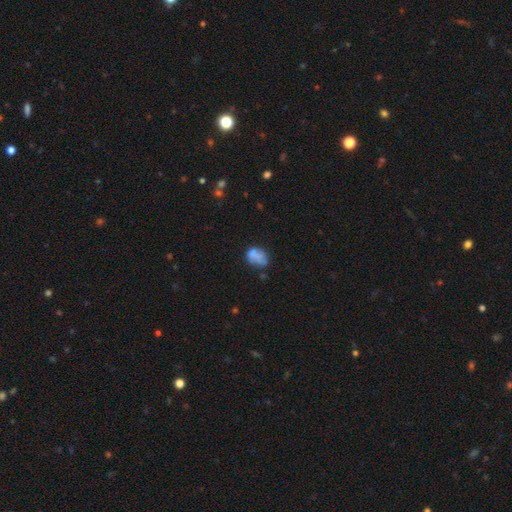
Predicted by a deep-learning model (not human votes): A smooth galaxy with no disk features (67%) that is in between round and cigar-shaped (77%).

Vote fractions:
- Smooth or featured? smooth: 67% / featured or disk: 22% / star or artifact: 11%
- How rounded? in between: 77% / round: 21% / cigar-shaped: 2%
- Merging? none: 44% / minor disturbance: 30% / major disturbance: 17% / merger: 9%